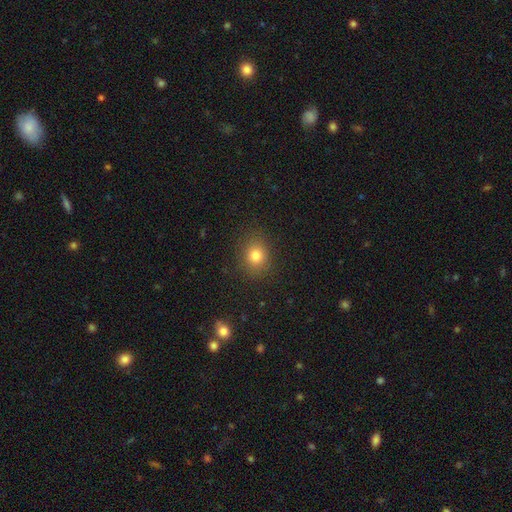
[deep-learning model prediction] Smooth or featured? Predicted: smooth (p=0.79). How rounded? Predicted: round (p=0.67). Merging? Predicted: none (p=0.86).